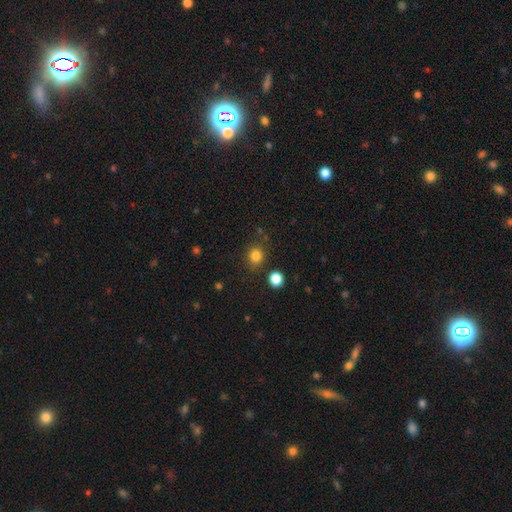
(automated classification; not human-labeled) Q: Smooth or featured?
A: smooth (83%); runner-up: star or artifact (13%)
Q: How rounded?
A: round (80%); runner-up: in between (19%)
Q: Merging?
A: none (82%); runner-up: minor disturbance (10%)